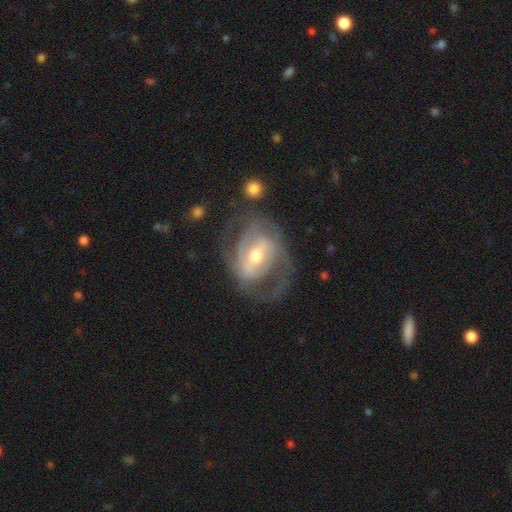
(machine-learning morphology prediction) Smooth or featured: featured or disk — 82% (smooth — 12%)
Edge-on disk: no — 96% (yes — 4%)
Bar: weak — 41% (strong — 40%)
Spiral arms: yes — 87% (no — 13%)
Spiral winding: medium — 45% (tight — 36%)
Spiral arm count: 2 — 60% (can't tell — 19%)
Bulge size: moderate — 65% (small — 28%)
Merging: none — 57% (major disturbance — 20%)